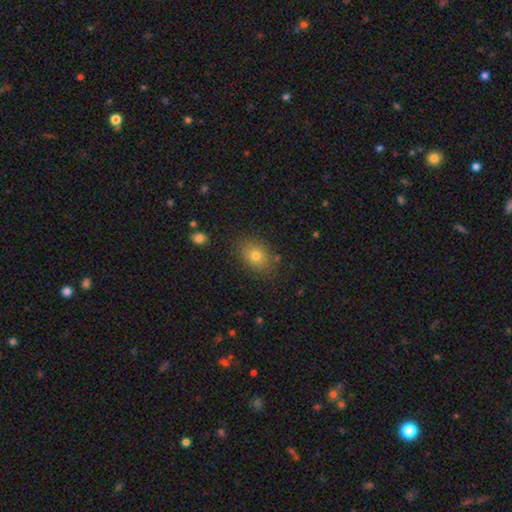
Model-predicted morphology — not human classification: The model was most divided on "how rounded": in between: 65%, round: 33%, cigar-shaped: 1%. More confident: merging — none (83%); smooth or featured — smooth (75%).